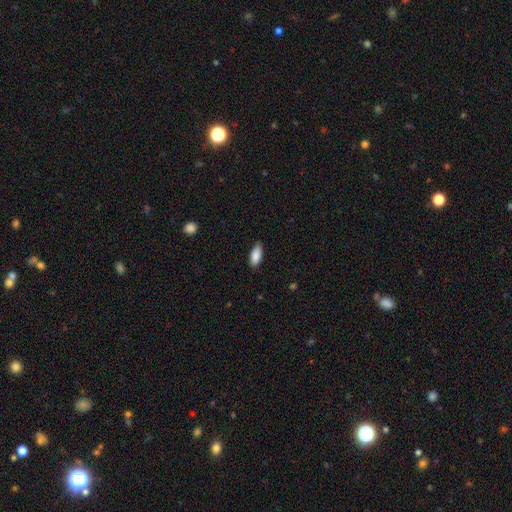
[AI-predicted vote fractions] Smooth or featured? smooth (89%)
How rounded? in between (81%)
Merging? none (83%)